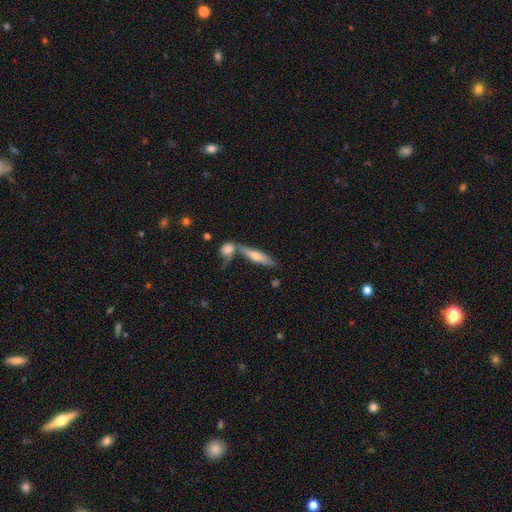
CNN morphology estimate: The model was most divided on "smooth or featured": featured or disk: 50%, smooth: 43%, star or artifact: 7%. More confident: merging — none (59%).